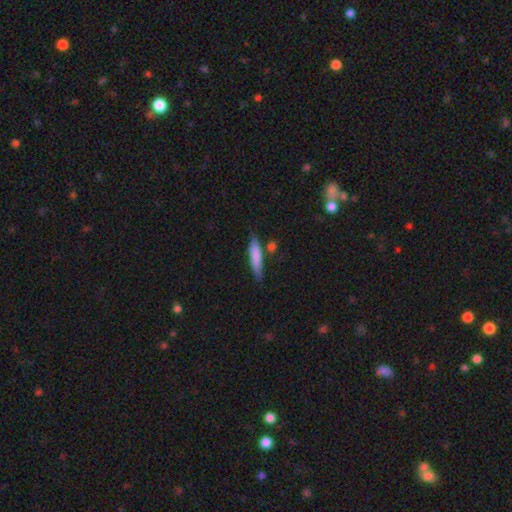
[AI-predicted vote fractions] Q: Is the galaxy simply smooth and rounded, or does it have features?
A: smooth — 78%.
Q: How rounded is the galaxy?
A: cigar-shaped — 84%.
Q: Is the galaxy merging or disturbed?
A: none — 73%.